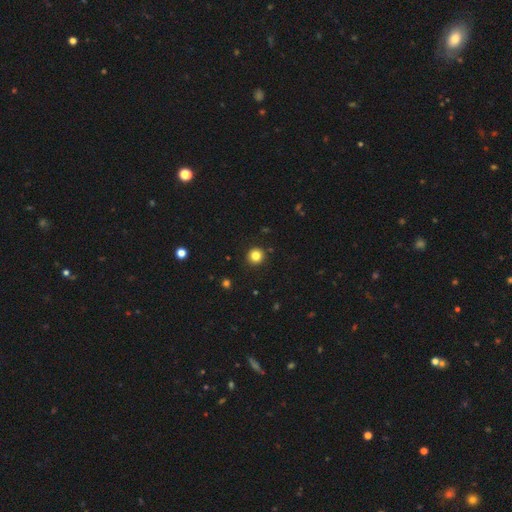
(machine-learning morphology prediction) Smooth or featured: smooth — 83% (star or artifact — 12%)
How rounded: round — 95% (in between — 4%)
Merging: none — 92% (minor disturbance — 5%)